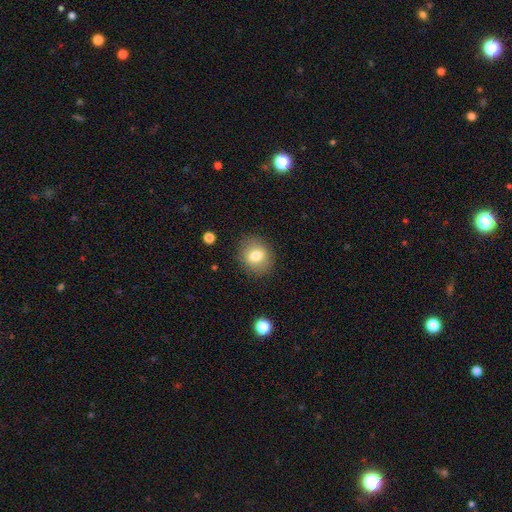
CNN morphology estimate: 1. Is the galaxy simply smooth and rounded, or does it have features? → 77% smooth, 14% featured or disk, 10% star or artifact.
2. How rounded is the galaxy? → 67% round, 33% in between, 1% cigar-shaped.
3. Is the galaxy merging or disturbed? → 85% none, 10% minor disturbance, 3% major disturbance, 1% merger.